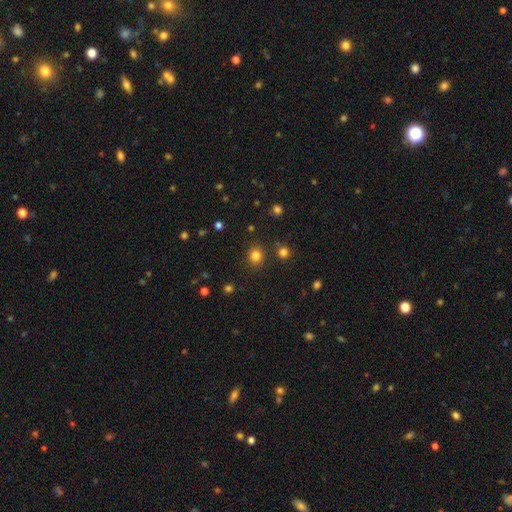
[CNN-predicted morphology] Smooth or featured?
  - smooth: 81% *
  - star or artifact: 14%
  - featured or disk: 5%
How rounded?
  - round: 80% *
  - in between: 19%
  - cigar-shaped: 1%
Merging?
  - none: 85% *
  - minor disturbance: 8%
  - merger: 4%
  - major disturbance: 3%